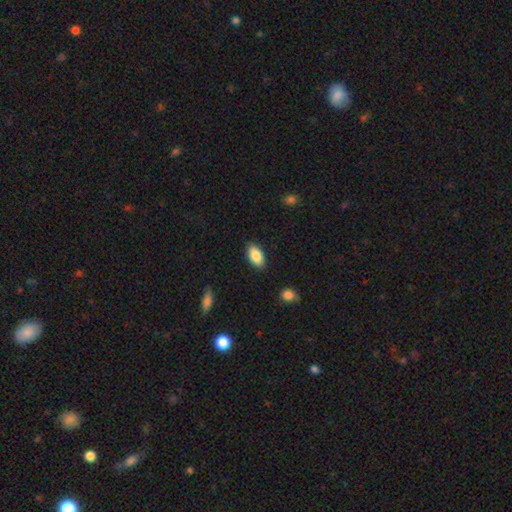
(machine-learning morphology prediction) smooth 86%, featured or disk 7%, star or artifact 7%. Down the decision tree: how rounded — in between (93%); merging — none (86%).